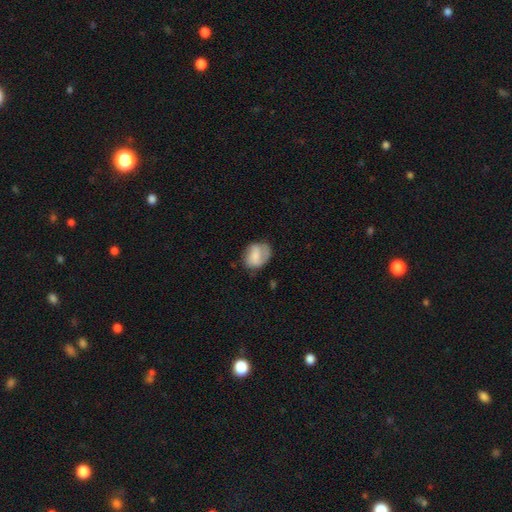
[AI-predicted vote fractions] Smooth or featured? smooth (60%)
How rounded? in between (53%)
Merging? none (57%)